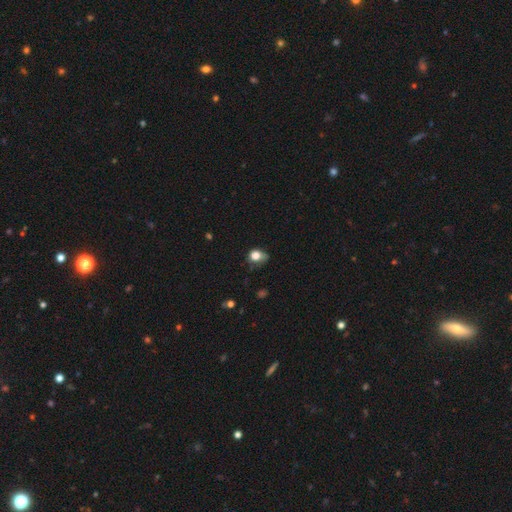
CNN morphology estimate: type=smooth (76%); roundness=round (54%); merging=none (39%, tied with minor disturbance).